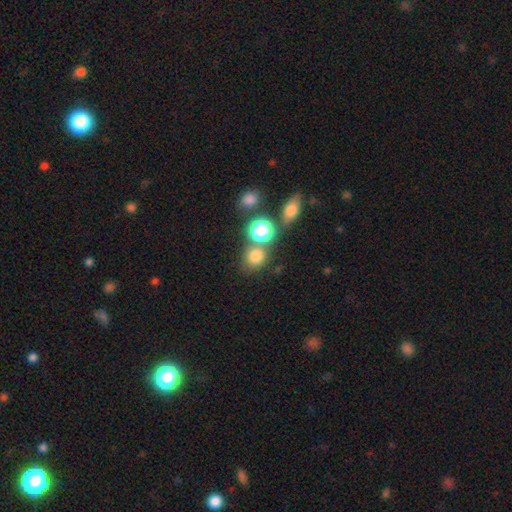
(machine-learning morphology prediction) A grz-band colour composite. It shows a smooth galaxy with no disk features (76%) that is round (77%). Merging: none (63%).